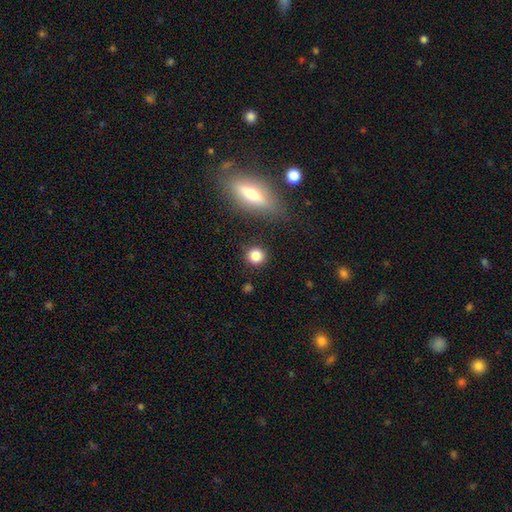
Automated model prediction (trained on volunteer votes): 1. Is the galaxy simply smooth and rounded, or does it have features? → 84% smooth, 10% star or artifact, 6% featured or disk.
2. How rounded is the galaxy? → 88% round, 10% in between, 2% cigar-shaped.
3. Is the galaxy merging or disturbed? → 87% none, 8% minor disturbance, 3% merger, 3% major disturbance.